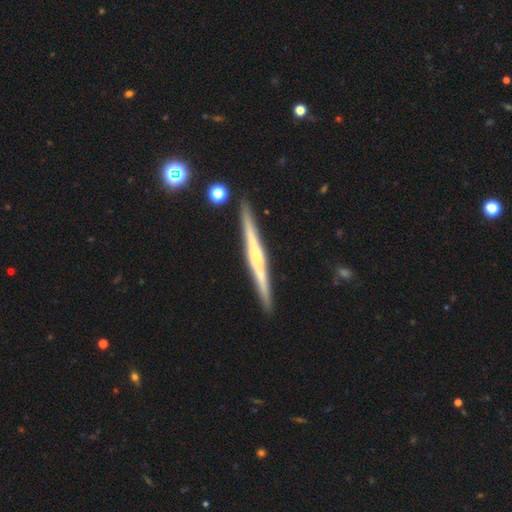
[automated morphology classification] Overall: featured or disk (76%). Edge-on disk: yes (98%). Edge-on bulge: rounded (68%). Merging: none (91%).